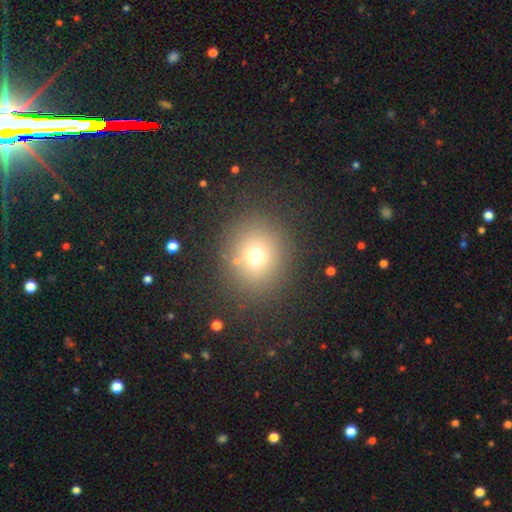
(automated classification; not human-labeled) This appears to be a smooth galaxy with no disk features (69%) that is round (85%). Merging: none (84%).